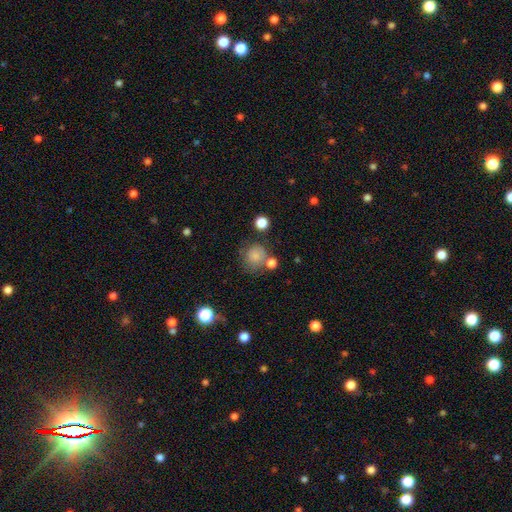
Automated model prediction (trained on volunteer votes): The model was most divided on "merging": none: 61%, minor disturbance: 16%, merger: 16%, major disturbance: 8%. More confident: how rounded — round (87%); smooth or featured — smooth (79%).